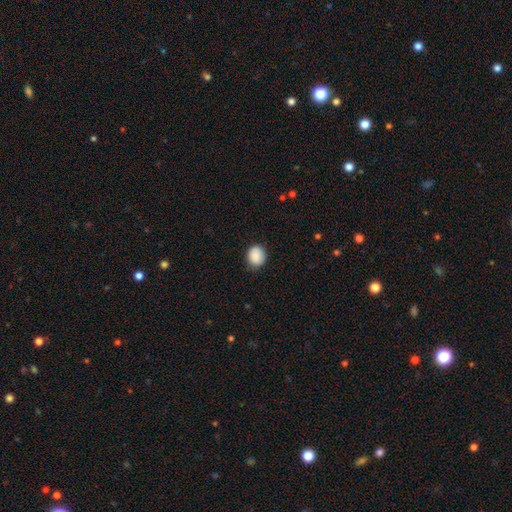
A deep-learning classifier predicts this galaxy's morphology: Q: Smooth or featured?
A: smooth (88%); runner-up: star or artifact (8%)
Q: How rounded?
A: round (70%); runner-up: in between (29%)
Q: Merging?
A: none (82%); runner-up: minor disturbance (14%)